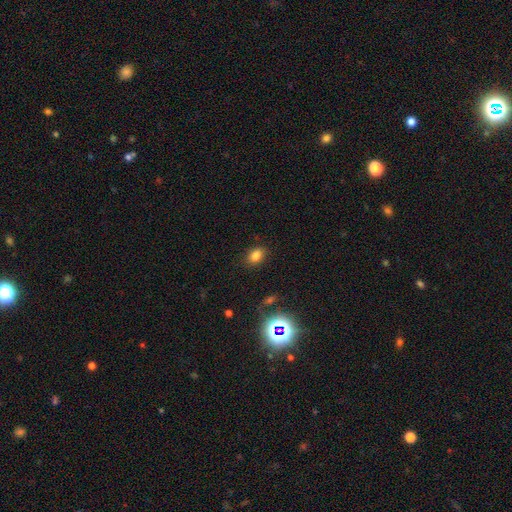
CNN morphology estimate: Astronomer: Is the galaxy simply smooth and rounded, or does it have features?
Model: smooth — 80%.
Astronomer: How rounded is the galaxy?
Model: in between — 76%.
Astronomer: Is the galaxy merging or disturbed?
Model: none — 85%.